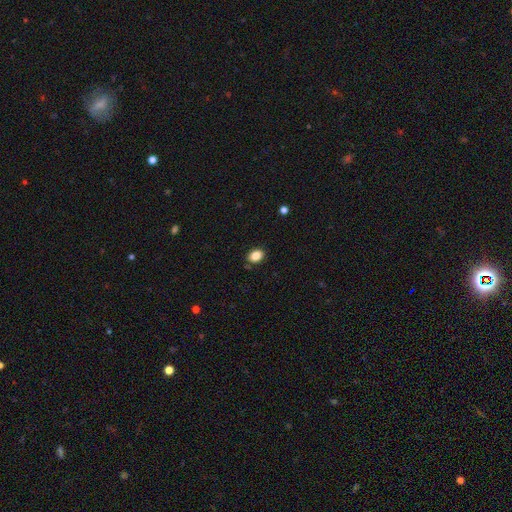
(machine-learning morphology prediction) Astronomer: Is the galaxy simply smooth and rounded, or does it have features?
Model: smooth — 86%.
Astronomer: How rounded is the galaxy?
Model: in between — 73%.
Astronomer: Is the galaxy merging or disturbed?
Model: none — 84%.